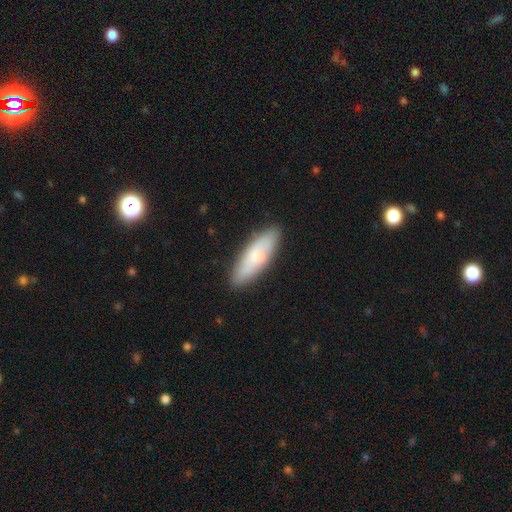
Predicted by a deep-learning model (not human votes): A smooth galaxy with no disk features (66%) that is in between round and cigar-shaped (52%). Merging: none (85%).